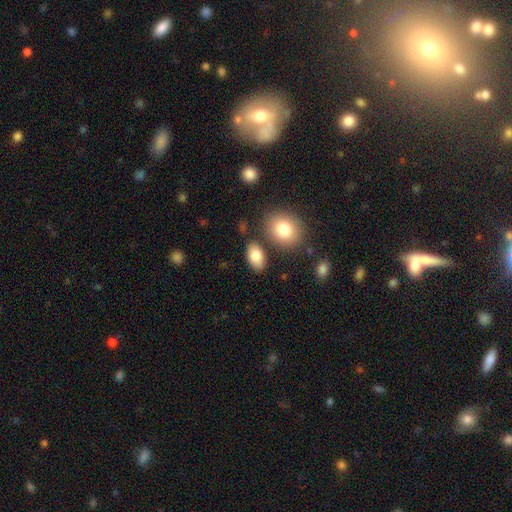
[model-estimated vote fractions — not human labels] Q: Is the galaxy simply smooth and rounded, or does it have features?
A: smooth — 82%.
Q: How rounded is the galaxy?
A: in between — 90%.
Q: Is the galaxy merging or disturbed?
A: none — 79%.